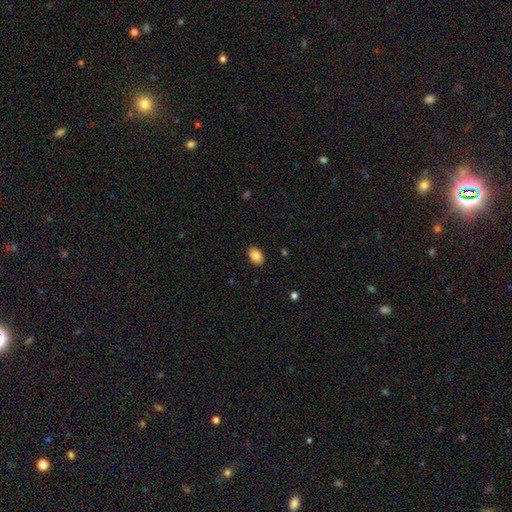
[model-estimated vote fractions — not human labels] smooth_or_featured: smooth (p=0.85) [alt: star or artifact p=0.08]
how_rounded: in between (p=0.84) [alt: round p=0.15]
merging: none (p=0.89) [alt: minor disturbance p=0.08]